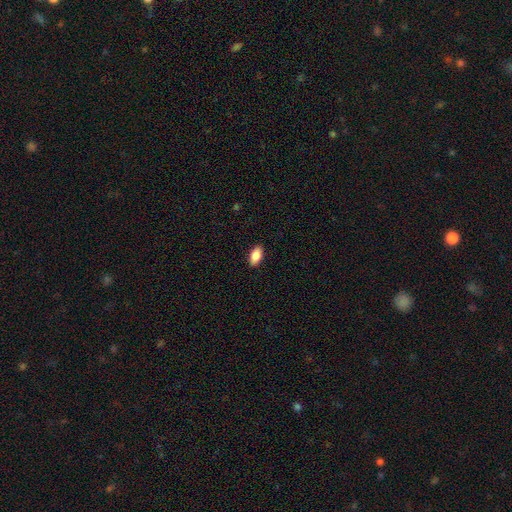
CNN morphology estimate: A smooth galaxy with no disk features (86%) that is in between round and cigar-shaped (93%). Merging: none (89%).